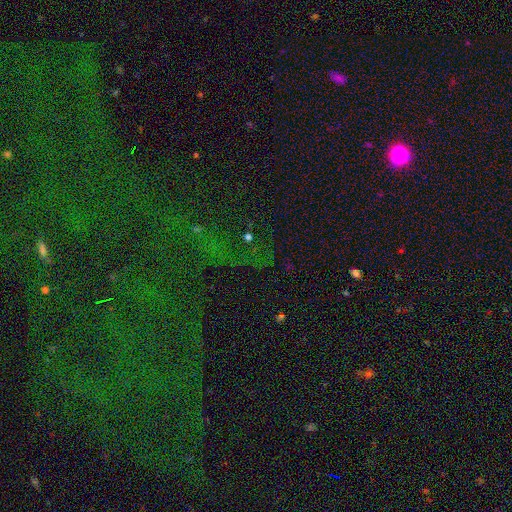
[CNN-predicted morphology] A star or artifact, not a galaxy (82%).

Vote fractions:
- Smooth or featured? star or artifact: 82% / smooth: 11% / featured or disk: 8%